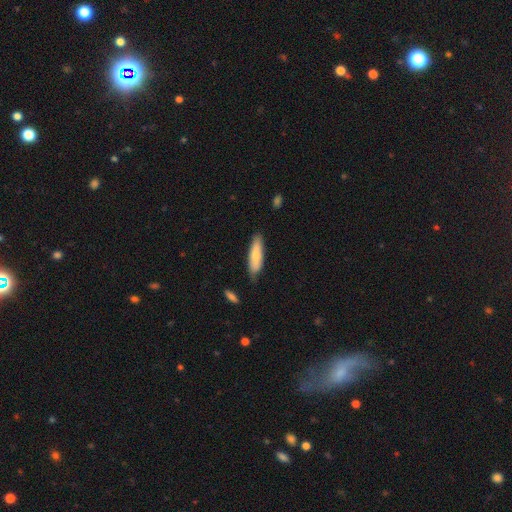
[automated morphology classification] type=smooth (75%); roundness=cigar-shaped (63%); merging=none (75%).